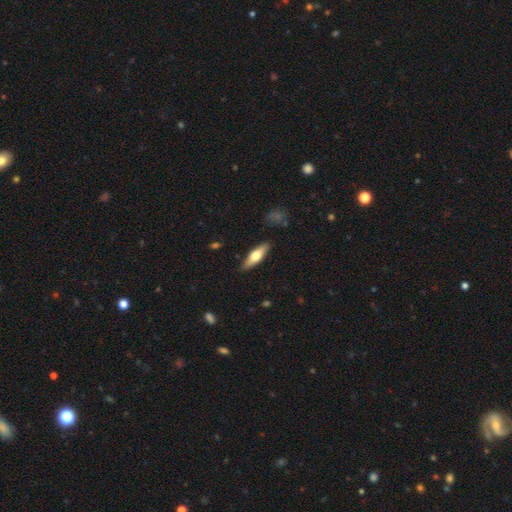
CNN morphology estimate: Smooth or featured? Predicted: smooth (p=0.54). How rounded? Predicted: cigar-shaped (p=0.55). Merging? Predicted: none (p=0.87).